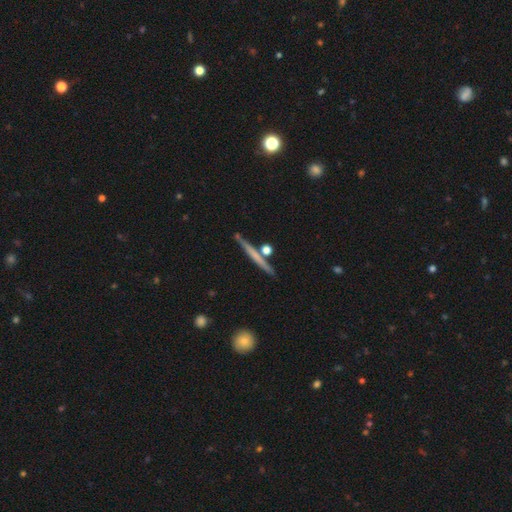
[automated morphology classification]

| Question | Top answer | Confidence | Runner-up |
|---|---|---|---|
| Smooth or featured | featured or disk | 49% | smooth (44%) |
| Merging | none | 82% | minor disturbance (9%) |